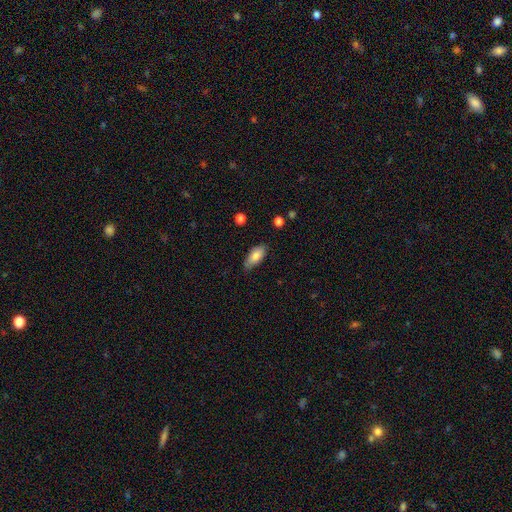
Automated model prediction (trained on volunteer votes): A smooth galaxy with no disk features (80%) that is in between round and cigar-shaped (87%). Merging: none (73%).